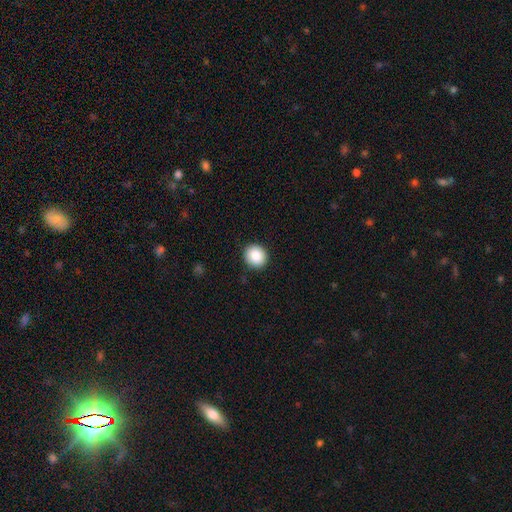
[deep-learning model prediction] Smooth or featured? smooth (87%)
How rounded? round (85%)
Merging? none (91%)